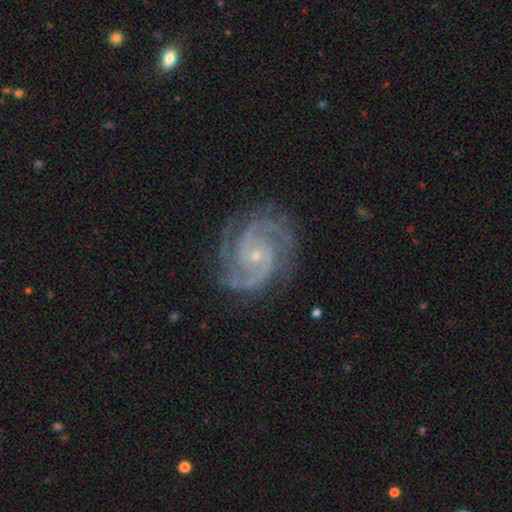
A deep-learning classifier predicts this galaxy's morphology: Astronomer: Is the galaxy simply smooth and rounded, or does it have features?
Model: featured or disk — 93%.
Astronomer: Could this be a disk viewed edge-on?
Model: no — 98%.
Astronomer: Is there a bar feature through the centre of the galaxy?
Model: no — 68%.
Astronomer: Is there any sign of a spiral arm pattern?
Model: yes — 99%.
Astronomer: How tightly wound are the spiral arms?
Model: tight — 55% (runner-up: medium, 40%).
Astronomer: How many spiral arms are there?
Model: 2 — 50% (runner-up: 3, 28%).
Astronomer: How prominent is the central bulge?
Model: small — 81%.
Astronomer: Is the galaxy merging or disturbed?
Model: none — 78%.